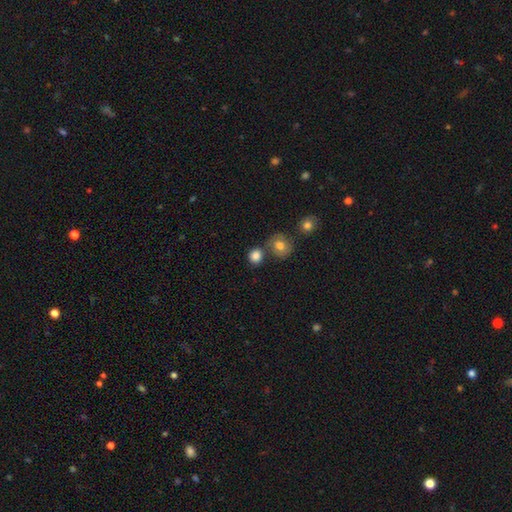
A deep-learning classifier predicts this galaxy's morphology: Smooth or featured? smooth (84%)
How rounded? round (82%)
Merging? none (59%)